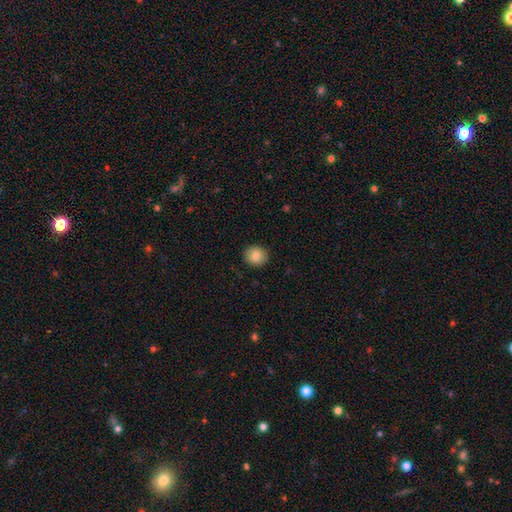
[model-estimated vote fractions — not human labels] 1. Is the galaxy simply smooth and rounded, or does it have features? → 83% smooth, 9% star or artifact, 8% featured or disk.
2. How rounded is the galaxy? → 84% round, 15% in between, 1% cigar-shaped.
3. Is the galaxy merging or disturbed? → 91% none, 7% minor disturbance, 2% major disturbance, 1% merger.